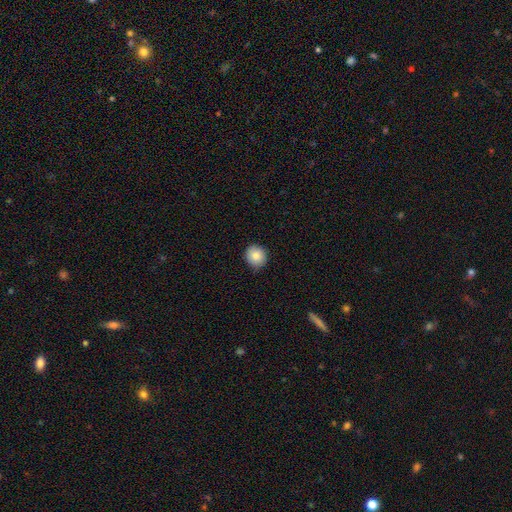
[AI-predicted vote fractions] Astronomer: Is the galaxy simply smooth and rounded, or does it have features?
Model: smooth — 86%.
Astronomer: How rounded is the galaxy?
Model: round — 87%.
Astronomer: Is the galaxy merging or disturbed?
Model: none — 85%.